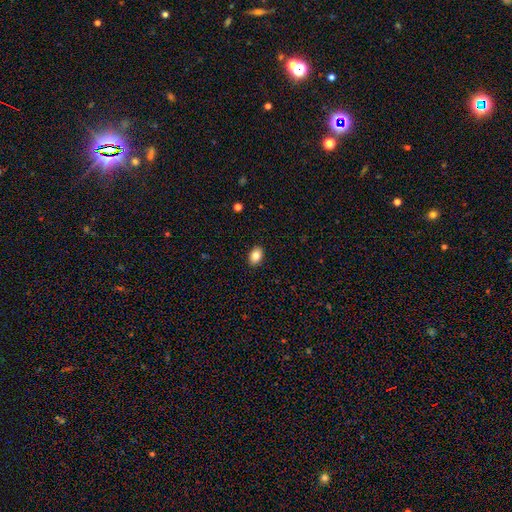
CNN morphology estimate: type=smooth (84%); roundness=in between (82%); merging=none (90%).